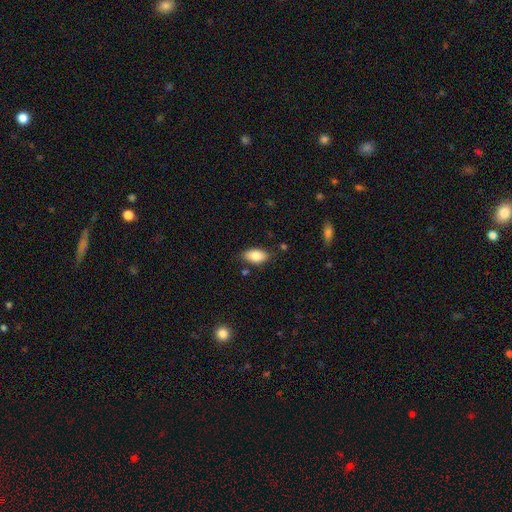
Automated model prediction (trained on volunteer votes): Overall: smooth (83%). How rounded: in between (93%). Merging: none (82%).